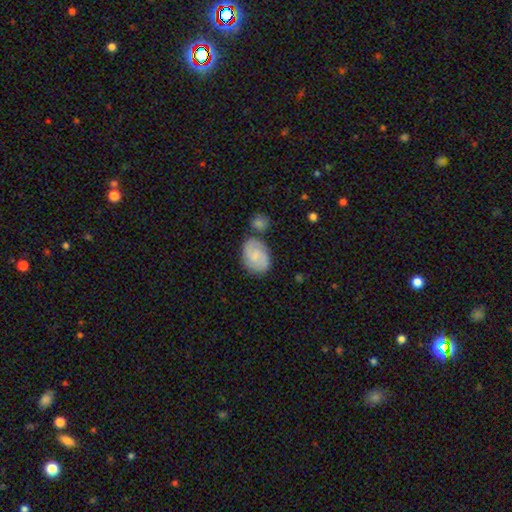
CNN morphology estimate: Smooth or featured? Predicted: smooth (p=0.52). How rounded? Predicted: in between (p=0.76). Merging? Predicted: none (p=0.64).